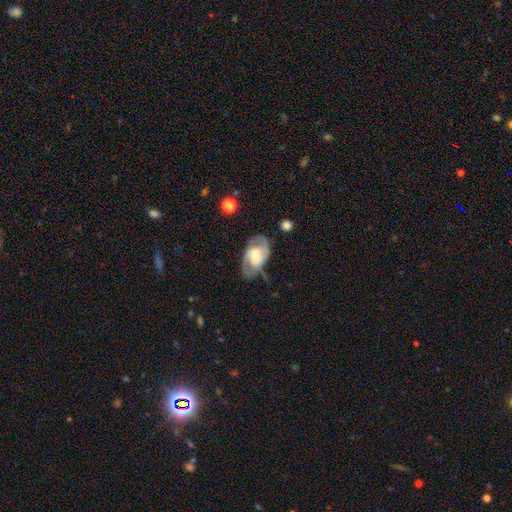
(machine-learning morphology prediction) smooth_or_featured: featured or disk (p=0.75) [alt: smooth p=0.20]
disk_edge_on: no (p=0.96) [alt: yes p=0.04]
bar: weak (p=0.44) [alt: no p=0.41]
has_spiral_arms: yes (p=0.91) [alt: no p=0.09]
spiral_winding: medium (p=0.52) [alt: tight p=0.26]
spiral_arm_count: 2 (p=0.83) [alt: can't tell p=0.09]
bulge_size: moderate (p=0.47) [alt: small p=0.40]
merging: none (p=0.67) [alt: minor disturbance p=0.21]